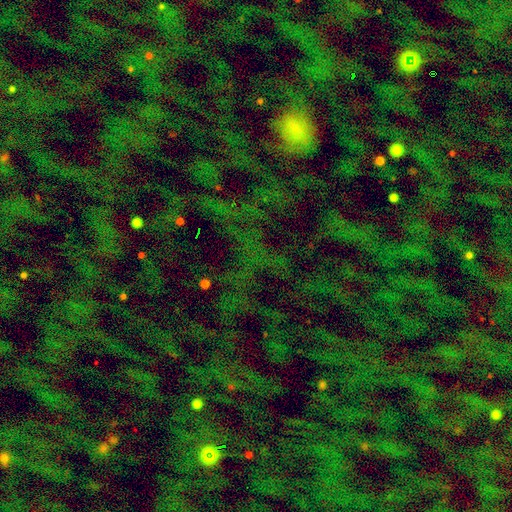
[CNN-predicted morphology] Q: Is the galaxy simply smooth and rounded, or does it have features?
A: star or artifact — 69%.